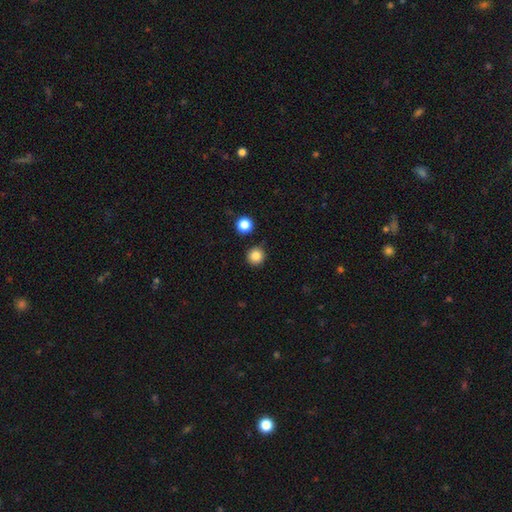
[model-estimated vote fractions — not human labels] Smooth or featured: smooth — 85% (star or artifact — 11%)
How rounded: round — 95% (in between — 4%)
Merging: none — 89% (minor disturbance — 6%)